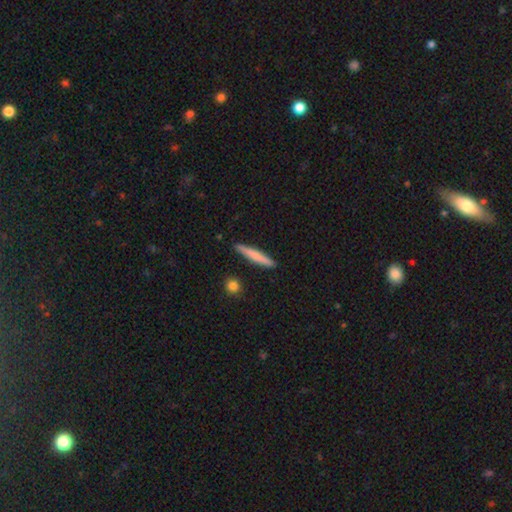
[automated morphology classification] Overall: smooth (69%). How rounded: cigar-shaped (94%). Merging: none (90%).